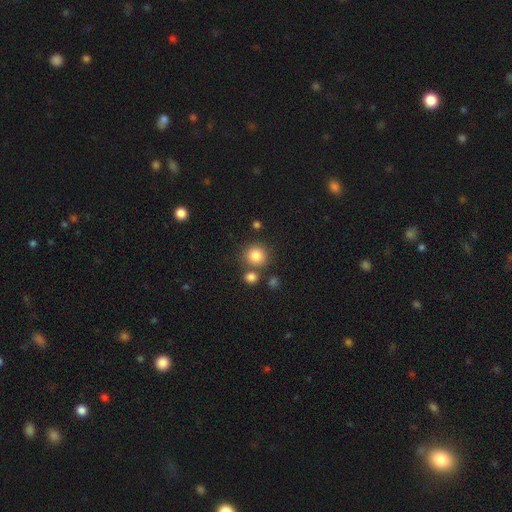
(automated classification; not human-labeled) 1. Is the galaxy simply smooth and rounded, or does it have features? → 84% smooth, 11% star or artifact, 6% featured or disk.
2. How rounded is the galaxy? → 90% round, 9% in between, 1% cigar-shaped.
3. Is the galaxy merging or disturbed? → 73% none, 14% merger, 9% minor disturbance, 3% major disturbance.